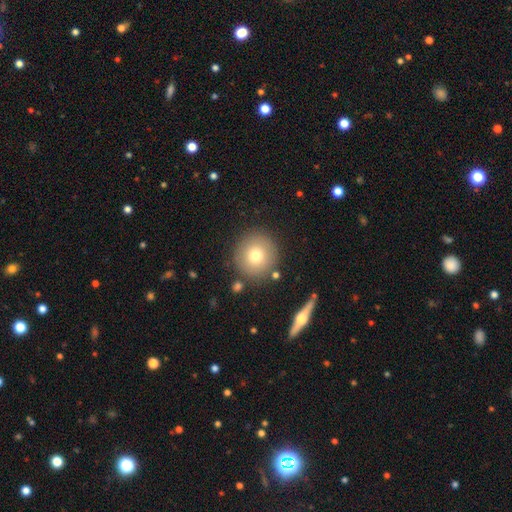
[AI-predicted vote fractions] Morphology: type=smooth (74%); roundness=round (94%); merging=none (84%).